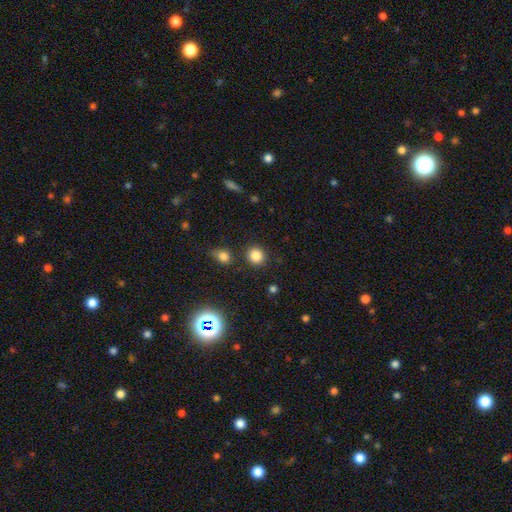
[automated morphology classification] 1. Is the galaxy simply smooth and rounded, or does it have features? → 82% smooth, 13% star or artifact, 5% featured or disk.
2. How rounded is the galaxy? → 86% round, 13% in between, 1% cigar-shaped.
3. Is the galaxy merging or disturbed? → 86% none, 7% minor disturbance, 4% merger, 3% major disturbance.